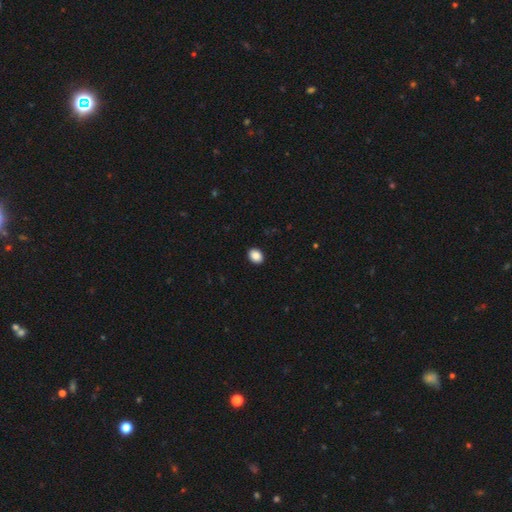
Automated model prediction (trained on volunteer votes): A smooth galaxy with no disk features (88%) that is in between round and cigar-shaped (62%).

Vote fractions:
- Smooth or featured? smooth: 88% / star or artifact: 8% / featured or disk: 3%
- How rounded? in between: 62% / round: 37% / cigar-shaped: 1%
- Merging? none: 92% / minor disturbance: 6% / major disturbance: 2% / merger: 1%